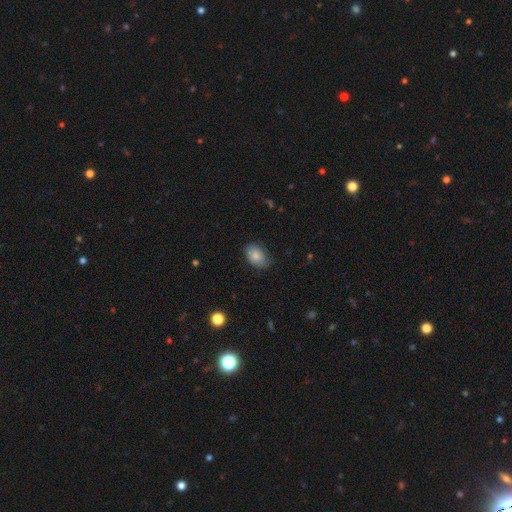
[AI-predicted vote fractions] This appears to be a smooth galaxy with no disk features (78%) that is in between round and cigar-shaped (86%). Merging: none (69%).